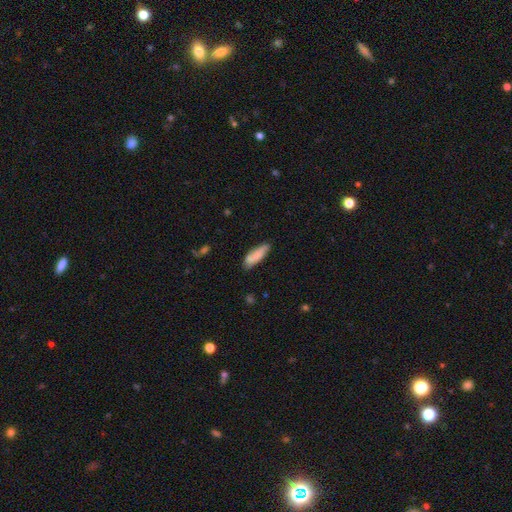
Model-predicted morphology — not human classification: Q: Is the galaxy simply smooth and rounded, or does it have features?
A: smooth — 79%.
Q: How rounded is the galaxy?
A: cigar-shaped — 50%.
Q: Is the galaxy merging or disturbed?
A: none — 69%.